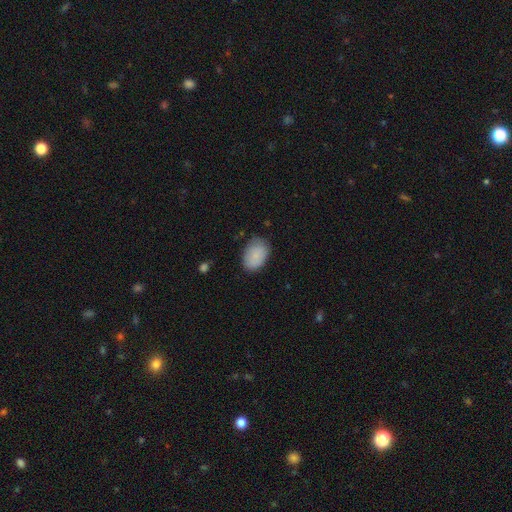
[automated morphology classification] Smooth or featured?
  - smooth: 86% *
  - featured or disk: 8%
  - star or artifact: 6%
How rounded?
  - in between: 85% *
  - round: 14%
  - cigar-shaped: 1%
Merging?
  - none: 73% *
  - minor disturbance: 21%
  - major disturbance: 4%
  - merger: 1%